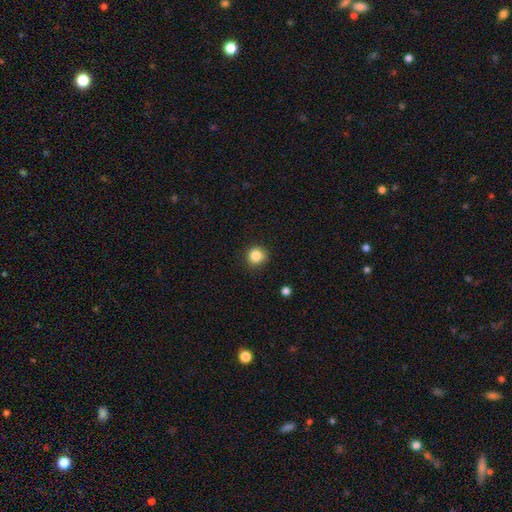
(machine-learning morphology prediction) Q: Smooth or featured?
A: smooth (84%); runner-up: star or artifact (11%)
Q: How rounded?
A: round (91%); runner-up: in between (8%)
Q: Merging?
A: none (87%); runner-up: minor disturbance (10%)